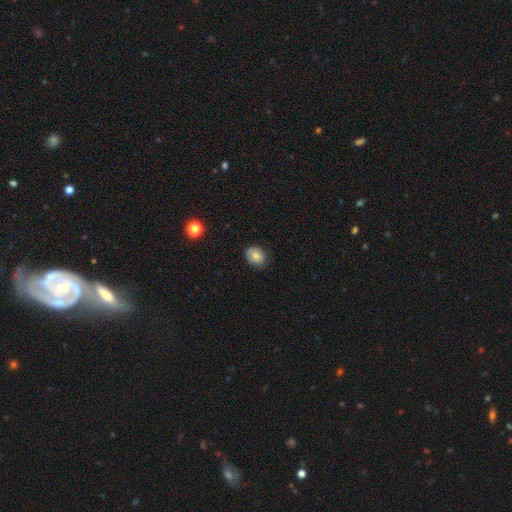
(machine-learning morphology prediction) Smooth or featured?
  - smooth: 79% *
  - featured or disk: 12%
  - star or artifact: 9%
How rounded?
  - in between: 53% *
  - round: 46%
  - cigar-shaped: 1%
Merging?
  - none: 76% *
  - minor disturbance: 19%
  - major disturbance: 4%
  - merger: 1%